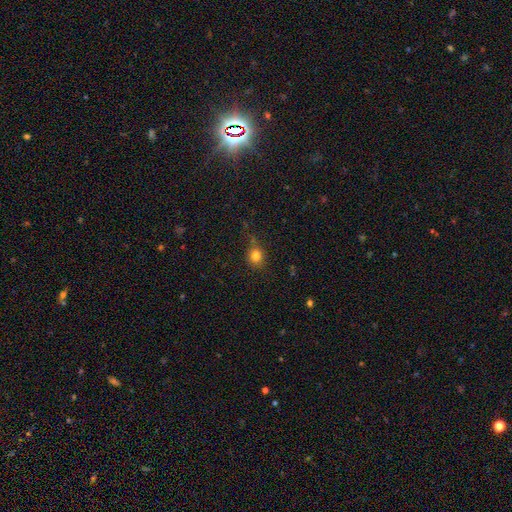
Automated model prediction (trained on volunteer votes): Smooth or featured? Predicted: smooth (p=0.80). How rounded? Predicted: round (p=0.81). Merging? Predicted: none (p=0.72).